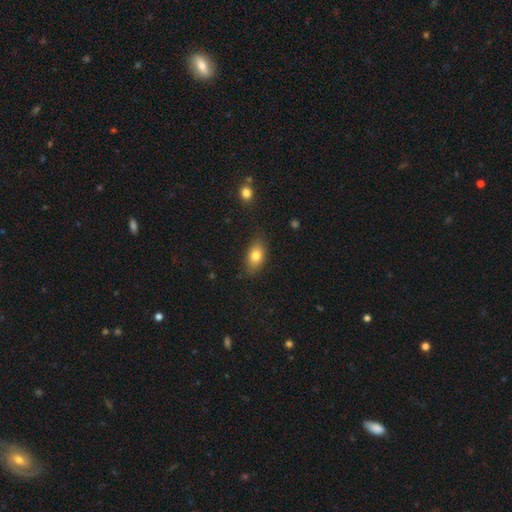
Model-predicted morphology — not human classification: Smooth or featured: smooth — 79% (featured or disk — 12%)
How rounded: in between — 86% (round — 10%)
Merging: none — 82% (minor disturbance — 14%)